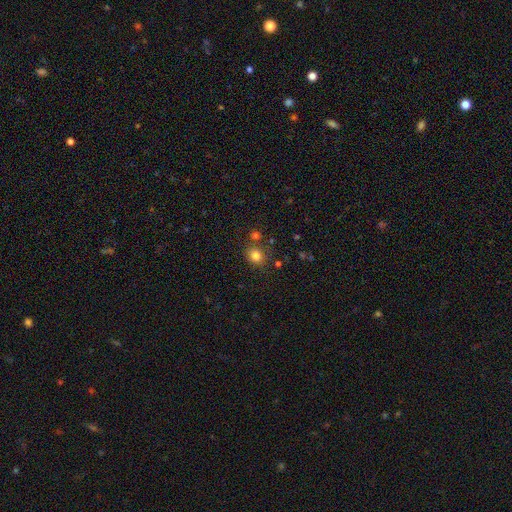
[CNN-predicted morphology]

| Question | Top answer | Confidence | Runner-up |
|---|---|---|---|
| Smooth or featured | smooth | 81% | star or artifact (13%) |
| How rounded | round | 76% | in between (23%) |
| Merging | none | 76% | minor disturbance (11%) |